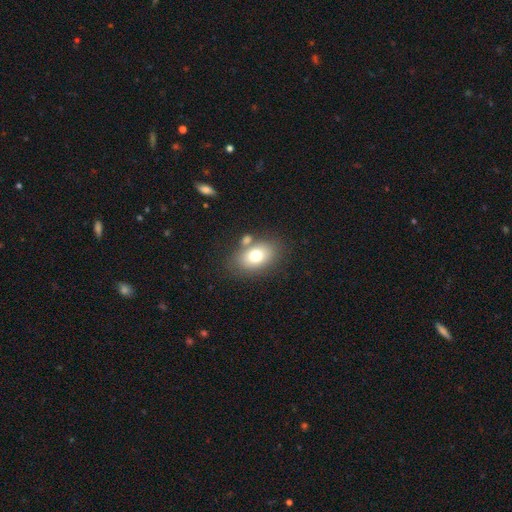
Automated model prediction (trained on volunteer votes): This appears to be a smooth galaxy with no disk features (73%) that is in between round and cigar-shaped (81%). Merging: none (67%).